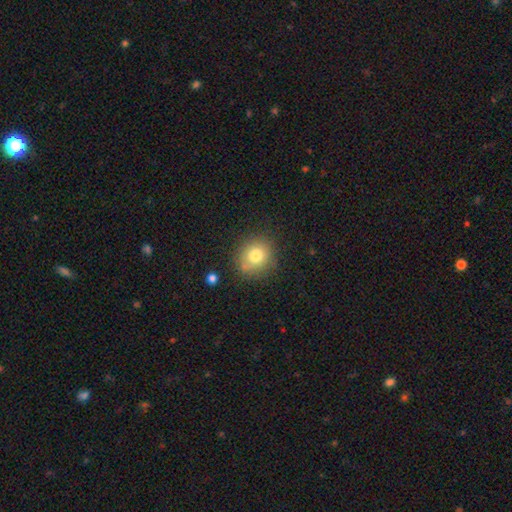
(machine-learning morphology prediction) A smooth galaxy with no disk features (77%) that is round (75%). Merging: none (76%).